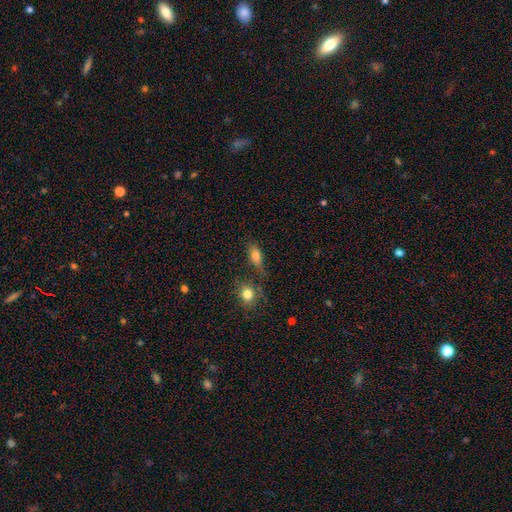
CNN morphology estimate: smooth_or_featured: smooth (p=0.77) [alt: featured or disk p=0.12]
how_rounded: in between (p=0.73) [alt: cigar-shaped p=0.15]
merging: none (p=0.58) [alt: minor disturbance p=0.17]